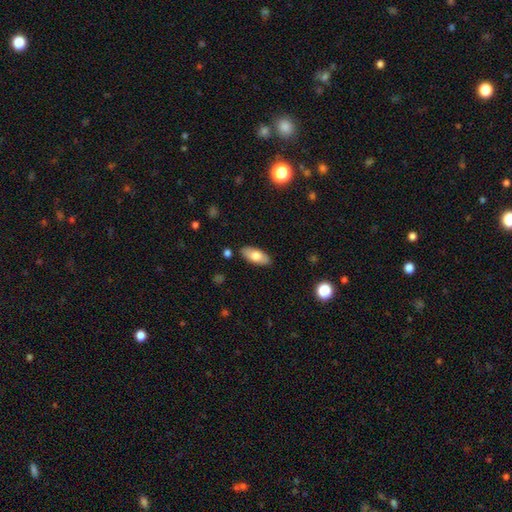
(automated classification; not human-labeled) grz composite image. It shows a smooth galaxy with no disk features (74%) that is in between round and cigar-shaped (87%). Merging: none (87%).